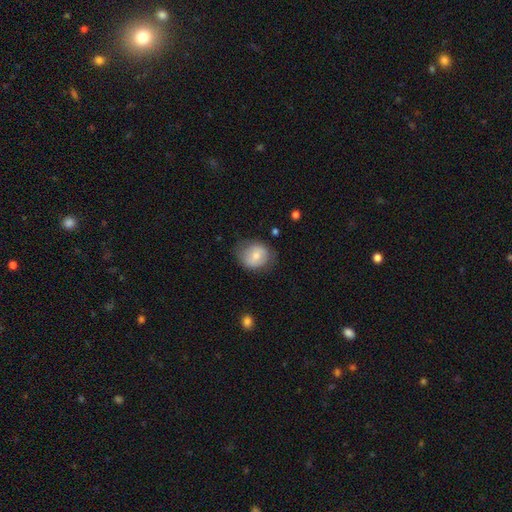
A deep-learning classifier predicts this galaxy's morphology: Smooth or featured: smooth — 68% (featured or disk — 25%)
How rounded: round — 66% (in between — 33%)
Merging: none — 70% (minor disturbance — 22%)